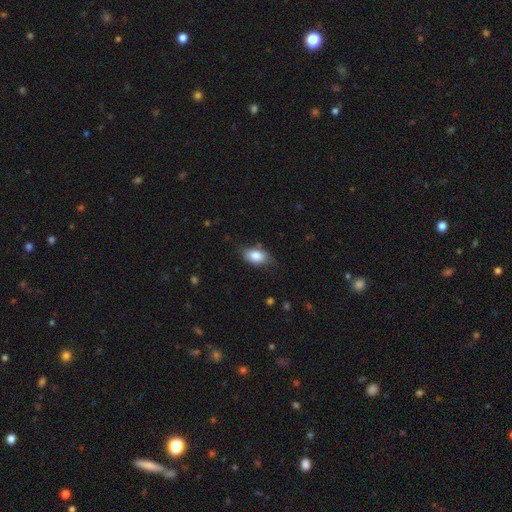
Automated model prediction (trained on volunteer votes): Smooth or featured? Predicted: smooth (p=0.84). How rounded? Predicted: in between (p=0.91). Merging? Predicted: none (p=0.73).